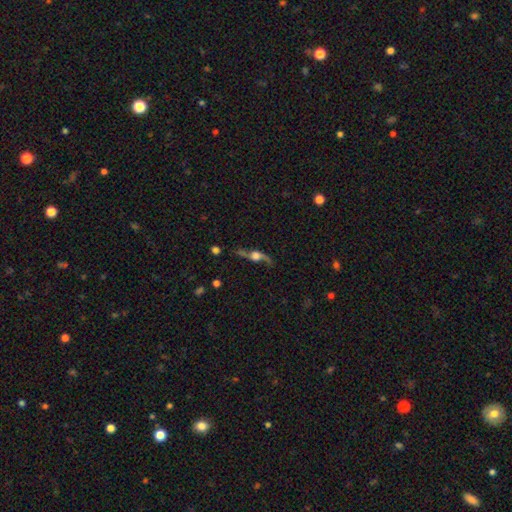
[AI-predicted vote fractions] smooth_or_featured: featured or disk (p=0.69) [alt: smooth p=0.20]
disk_edge_on: no (p=0.58) [alt: yes p=0.42]
merging: none (p=0.56) [alt: major disturbance p=0.19]